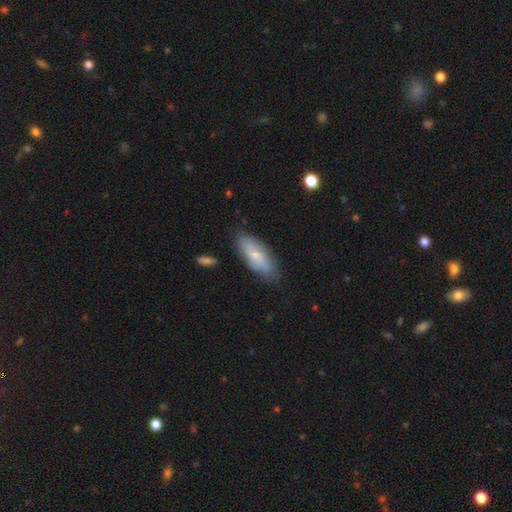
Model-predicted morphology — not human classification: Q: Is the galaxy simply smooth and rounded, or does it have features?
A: smooth — 61%.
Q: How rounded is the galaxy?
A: in between — 75%.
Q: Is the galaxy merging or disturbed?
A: none — 77%.